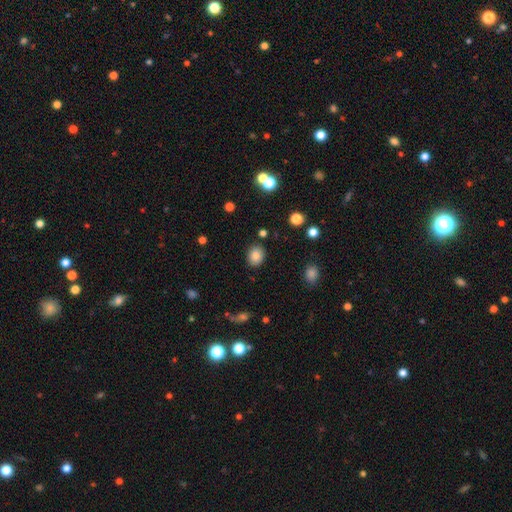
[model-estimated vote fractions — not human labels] Q: Smooth or featured?
A: smooth (84%); runner-up: star or artifact (10%)
Q: How rounded?
A: round (56%); runner-up: in between (43%)
Q: Merging?
A: none (87%); runner-up: minor disturbance (8%)